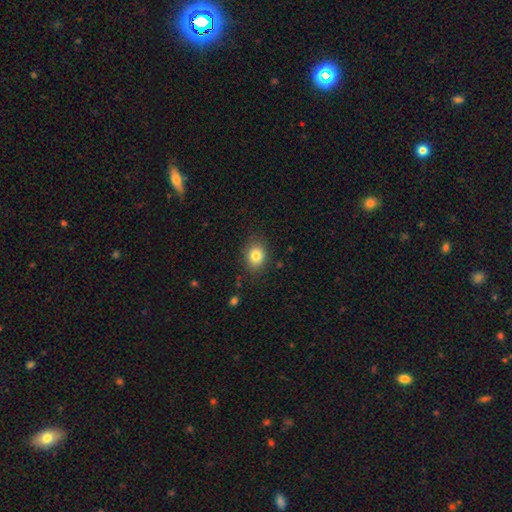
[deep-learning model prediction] smooth_or_featured: smooth (p=0.82) [alt: star or artifact p=0.10]
how_rounded: round (p=0.50) [alt: in between p=0.49]
merging: none (p=0.84) [alt: minor disturbance p=0.11]